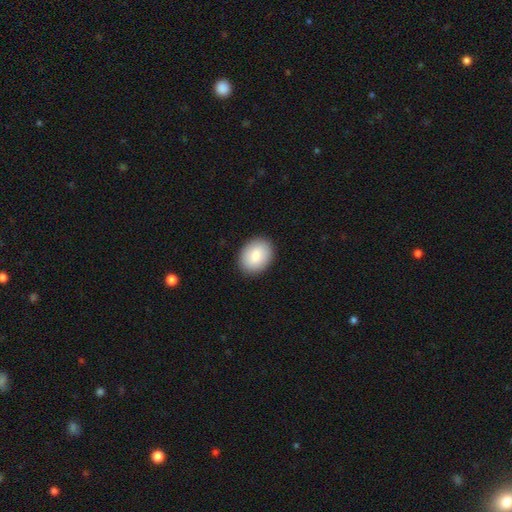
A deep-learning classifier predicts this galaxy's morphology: Overall: smooth (84%). How rounded: in between (70%). Merging: none (89%).